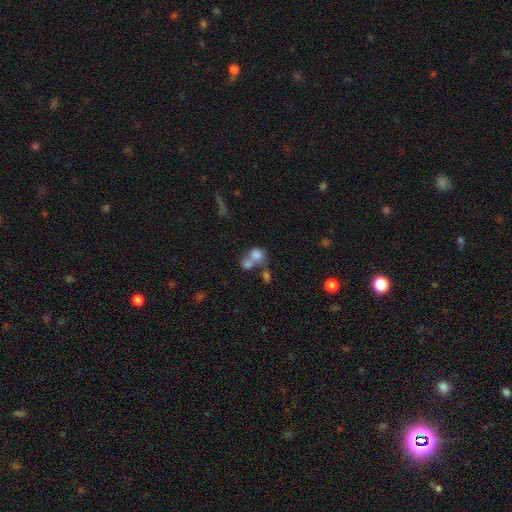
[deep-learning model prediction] A smooth galaxy with no disk features (76%) that is round (70%).

Vote fractions:
- Smooth or featured? smooth: 76% / featured or disk: 13% / star or artifact: 11%
- How rounded? round: 70% / in between: 29% / cigar-shaped: 1%
- Merging? merger: 57% / none: 29% / minor disturbance: 8% / major disturbance: 6%